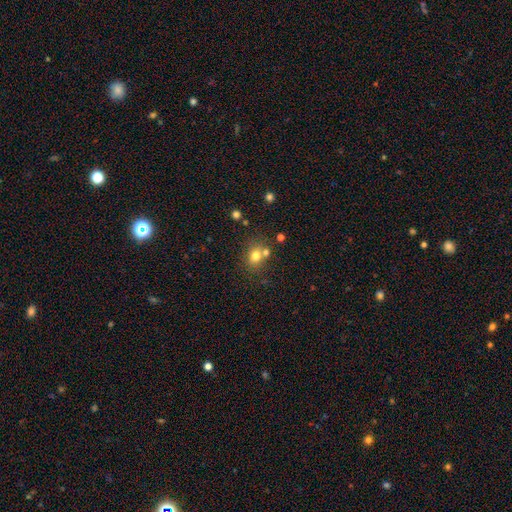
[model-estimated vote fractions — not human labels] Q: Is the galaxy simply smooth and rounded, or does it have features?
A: smooth — 75%.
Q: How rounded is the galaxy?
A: round — 65%.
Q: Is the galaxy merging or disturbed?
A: none — 60%.